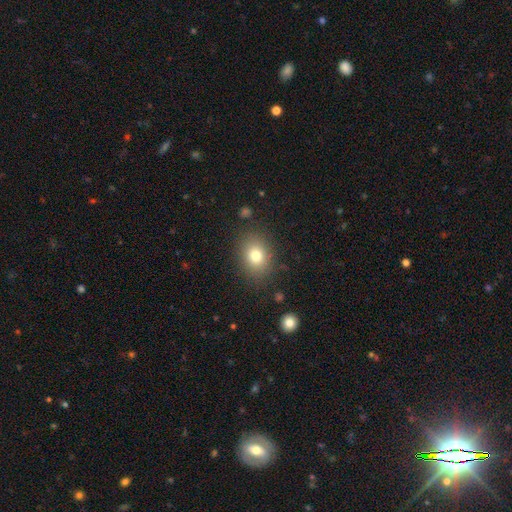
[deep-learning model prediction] This appears to be a smooth galaxy with no disk features (78%) that is in between round and cigar-shaped (60%). Merging: none (84%).